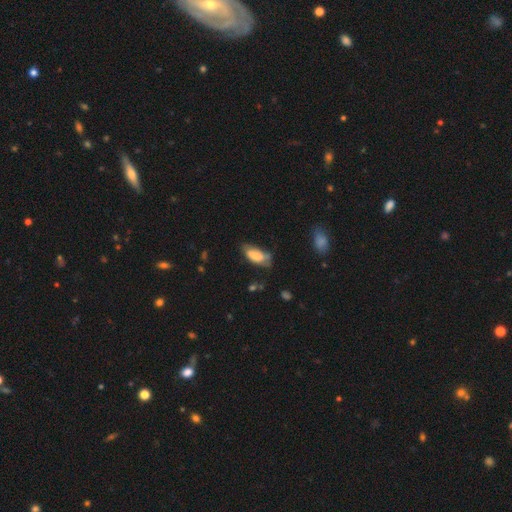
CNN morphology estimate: A smooth galaxy with no disk features (75%) that is in between round and cigar-shaped (85%).

Vote fractions:
- Smooth or featured? smooth: 75% / featured or disk: 18% / star or artifact: 7%
- How rounded? in between: 85% / cigar-shaped: 13% / round: 2%
- Merging? none: 45% / minor disturbance: 36% / major disturbance: 14% / merger: 5%